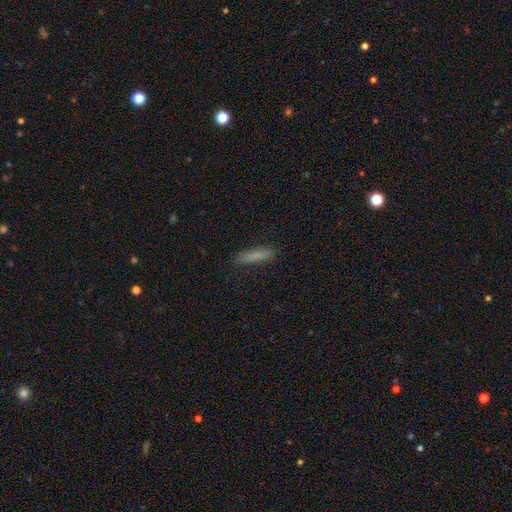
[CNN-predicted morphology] smooth_or_featured: smooth (p=0.82) [alt: featured or disk p=0.10]
how_rounded: cigar-shaped (p=0.84) [alt: in between p=0.14]
merging: none (p=0.83) [alt: minor disturbance p=0.13]